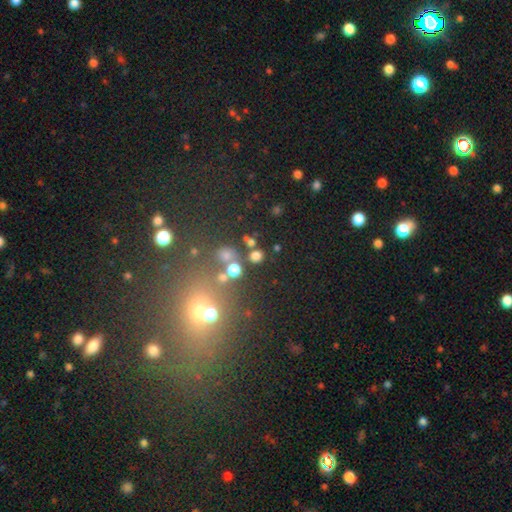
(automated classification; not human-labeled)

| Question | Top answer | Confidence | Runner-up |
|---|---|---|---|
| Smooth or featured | smooth | 72% | star or artifact (21%) |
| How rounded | round | 85% | in between (14%) |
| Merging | none | 77% | merger (11%) |